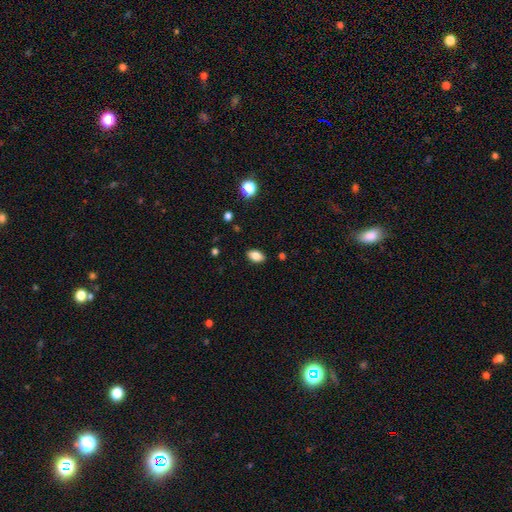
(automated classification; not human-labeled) Q: Smooth or featured?
A: smooth (83%); runner-up: star or artifact (9%)
Q: How rounded?
A: in between (91%); runner-up: round (7%)
Q: Merging?
A: none (88%); runner-up: minor disturbance (9%)